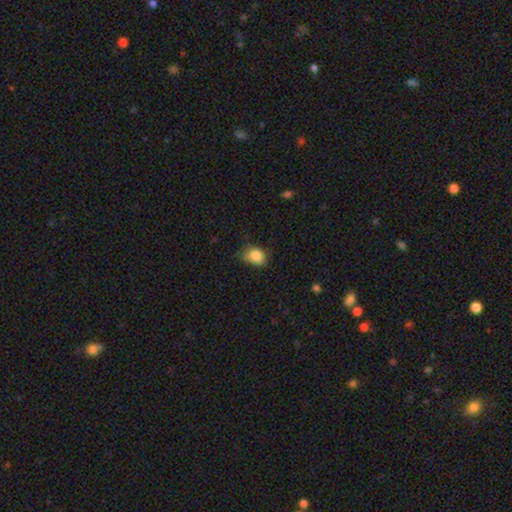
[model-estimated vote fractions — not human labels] Smooth or featured? Predicted: smooth (p=0.85). How rounded? Predicted: in between (p=0.53). Merging? Predicted: none (p=0.53).